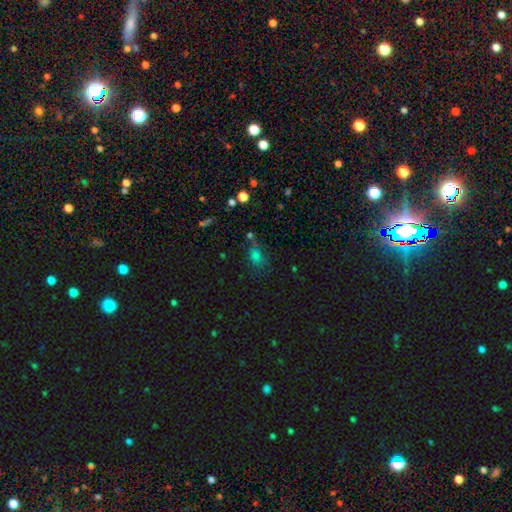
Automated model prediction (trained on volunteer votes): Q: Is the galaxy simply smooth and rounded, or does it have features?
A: smooth — 65%.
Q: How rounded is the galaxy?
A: in between — 62%.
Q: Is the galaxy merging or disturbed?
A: none — 63%.